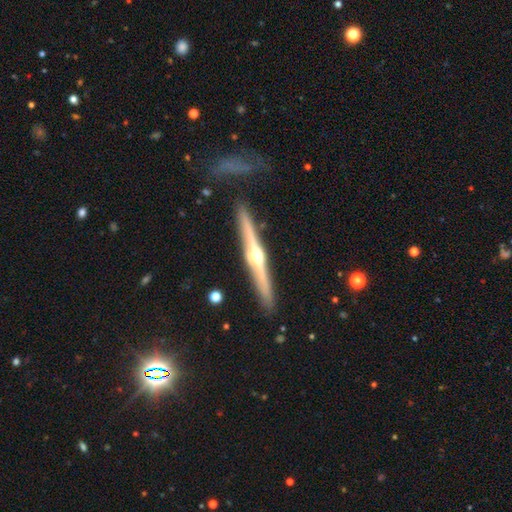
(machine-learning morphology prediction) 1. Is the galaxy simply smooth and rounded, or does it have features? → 82% featured or disk, 13% smooth, 5% star or artifact.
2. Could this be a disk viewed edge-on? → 98% yes, 2% no.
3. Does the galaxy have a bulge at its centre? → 94% rounded, 3% none, 3% boxy.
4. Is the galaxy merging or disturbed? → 89% none, 8% minor disturbance, 2% merger, 2% major disturbance.